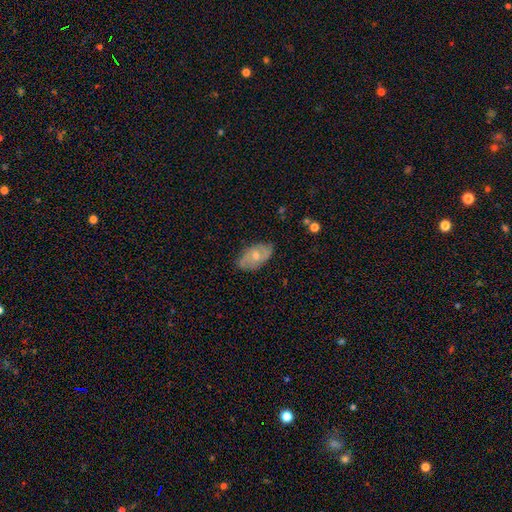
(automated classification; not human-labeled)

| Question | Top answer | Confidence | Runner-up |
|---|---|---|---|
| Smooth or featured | featured or disk | 52% | smooth (42%) |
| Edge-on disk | no | 93% | yes (7%) |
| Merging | none | 78% | minor disturbance (17%) |